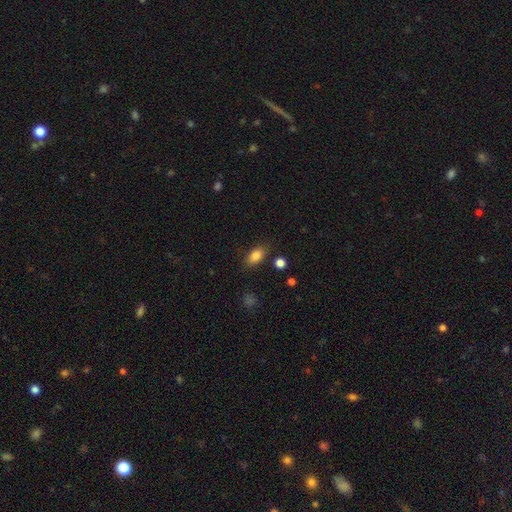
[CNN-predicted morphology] Smooth or featured? smooth (85%)
How rounded? in between (88%)
Merging? none (83%)